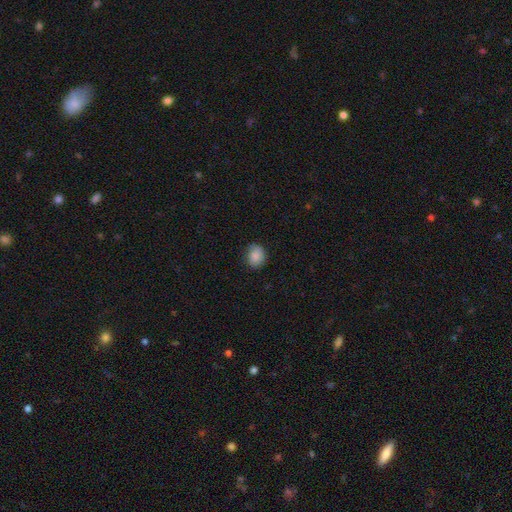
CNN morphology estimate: smooth-or-featured: smooth: 85% | star or artifact: 8% | featured or disk: 6%
  how-rounded: round: 61% | in between: 38% | cigar-shaped: 1%
  merging: none: 80% | minor disturbance: 16% | major disturbance: 3% | merger: 1%